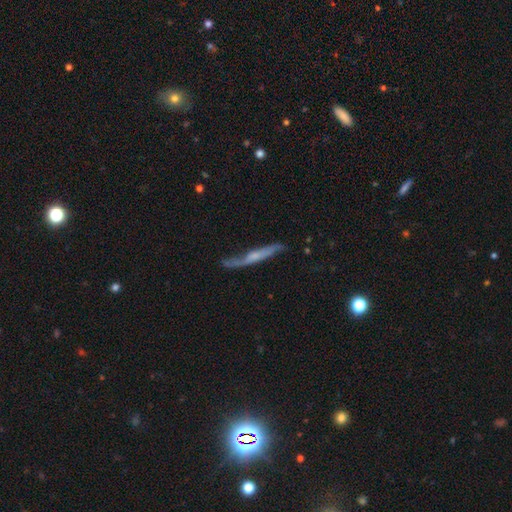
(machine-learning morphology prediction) The model was most divided on "edge-on bulge": rounded: 46%, none: 42%, boxy: 12%. More confident: edge-on disk — yes (78%); smooth or featured — featured or disk (65%); merging — none (60%).